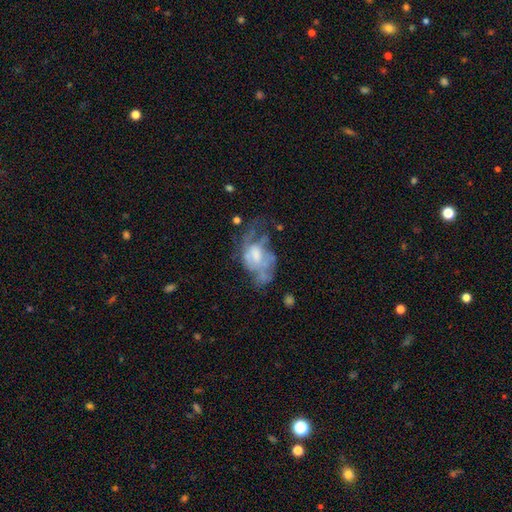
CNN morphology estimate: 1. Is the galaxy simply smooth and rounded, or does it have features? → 63% featured or disk, 27% smooth, 10% star or artifact.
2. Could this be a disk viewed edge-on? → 97% no, 3% yes.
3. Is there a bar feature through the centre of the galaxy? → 70% no, 25% weak, 5% strong.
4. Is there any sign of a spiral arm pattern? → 58% no, 42% yes.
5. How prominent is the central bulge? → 41% moderate, 21% small, 19% none, 17% large, 2% dominant.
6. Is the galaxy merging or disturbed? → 48% major disturbance, 24% none, 20% minor disturbance, 7% merger.